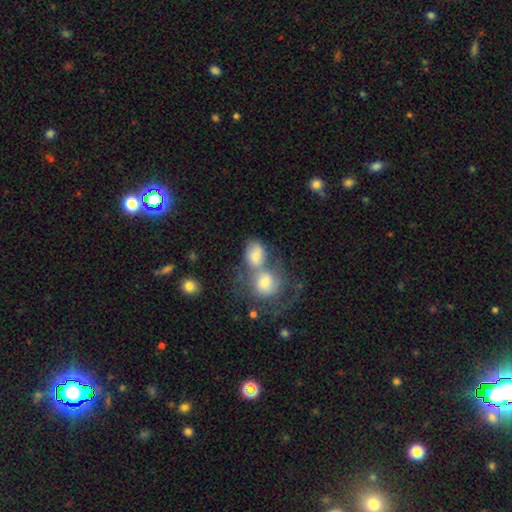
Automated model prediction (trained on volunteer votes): Smooth or featured: smooth — 67% (featured or disk — 24%)
How rounded: in between — 58% (round — 40%)
Merging: merger — 65% (none — 20%)